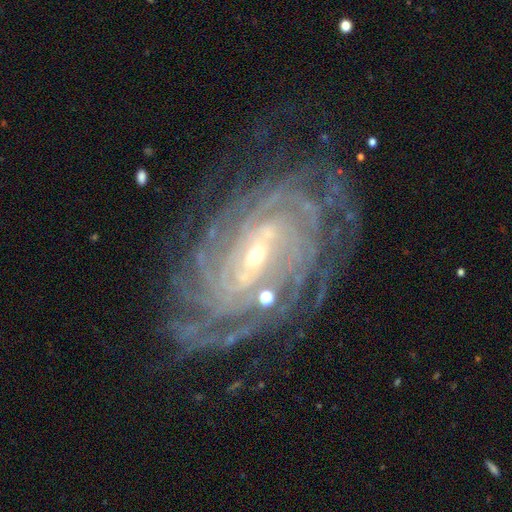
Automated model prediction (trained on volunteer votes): smooth-or-featured: featured or disk: 91% | star or artifact: 5% | smooth: 4%
  disk-edge-on: no: 96% | yes: 4%
    bar: weak: 44% | strong: 37% | no: 19%
    has-spiral-arms: yes: 98% | no: 2%
      spiral-winding: tight: 83% | medium: 14% | loose: 3%
      spiral-arm-count: more than 4: 31% | 4: 22% | can't tell: 22% | 3: 9% | 2: 8% | 1: 6%
    bulge-size: small: 71% | moderate: 25% | large: 2% | none: 1% | dominant: 1%
  merging: none: 76% | minor disturbance: 15% | major disturbance: 7% | merger: 2%